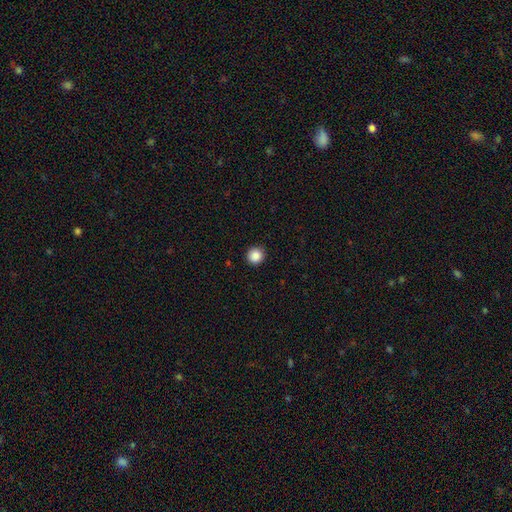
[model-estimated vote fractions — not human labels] A smooth galaxy with no disk features (87%) that is round (95%). Merging: none (92%).